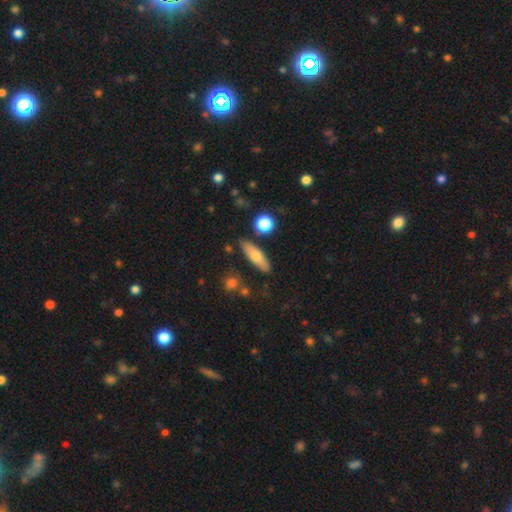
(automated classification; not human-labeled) This is likely a smooth galaxy (68%). How rounded: possibly cigar-shaped (53%). Merging: clearly none (82%).